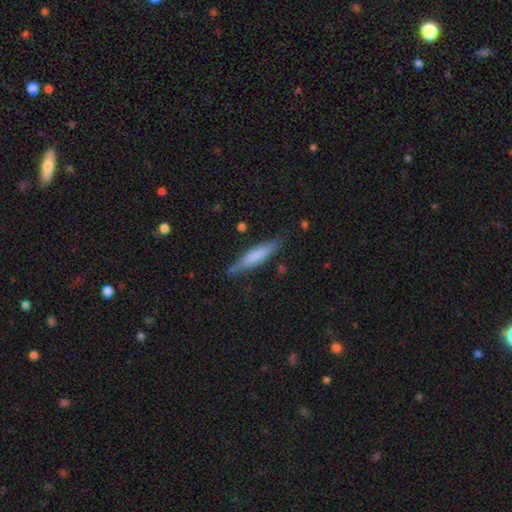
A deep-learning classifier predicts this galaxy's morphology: Q: Smooth or featured?
A: smooth (61%); runner-up: featured or disk (33%)
Q: How rounded?
A: cigar-shaped (87%); runner-up: in between (12%)
Q: Merging?
A: none (82%); runner-up: minor disturbance (14%)